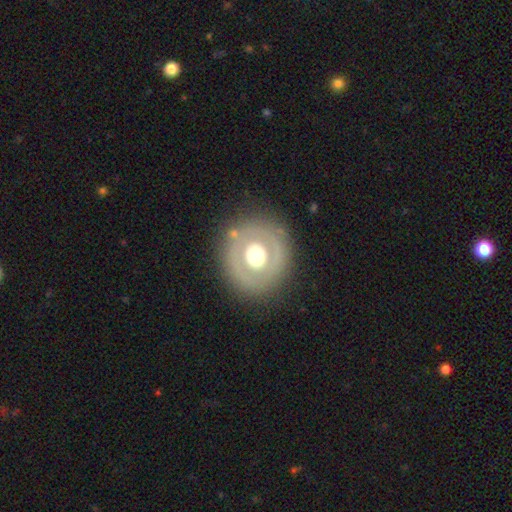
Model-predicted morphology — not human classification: smooth_or_featured: featured or disk (p=0.57) [alt: smooth p=0.37]
disk_edge_on: no (p=0.95) [alt: yes p=0.05]
bar: no (p=0.83) [alt: weak p=0.12]
has_spiral_arms: no (p=0.83) [alt: yes p=0.17]
bulge_size: moderate (p=0.57) [alt: large p=0.35]
merging: none (p=0.82) [alt: minor disturbance p=0.11]